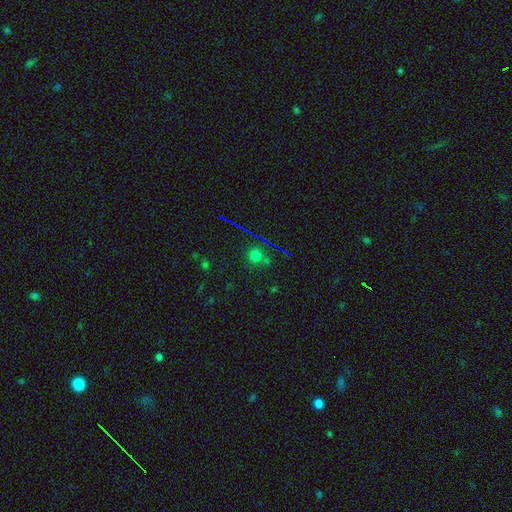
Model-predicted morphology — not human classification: A smooth galaxy with no disk features (57%) that is round (89%).

Vote fractions:
- Smooth or featured? smooth: 57% / star or artifact: 34% / featured or disk: 9%
- How rounded? round: 89% / in between: 10% / cigar-shaped: 2%
- Merging? none: 74% / minor disturbance: 11% / merger: 10% / major disturbance: 5%